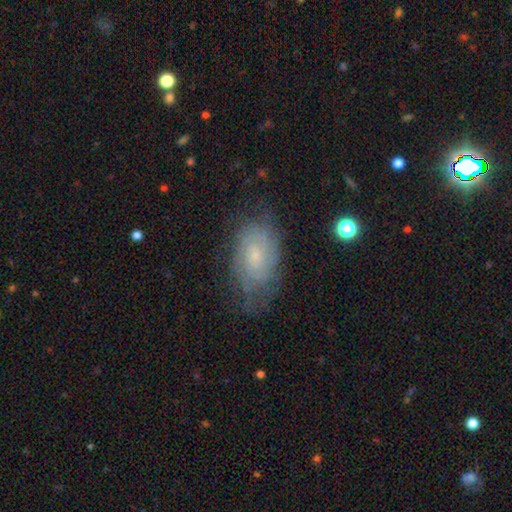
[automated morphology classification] Smooth or featured? featured or disk (56%)
Edge-on disk? no (95%)
Bar? no (74%)
Spiral arms? yes (81%)
Bulge size? small (68%)
Merging? none (64%)